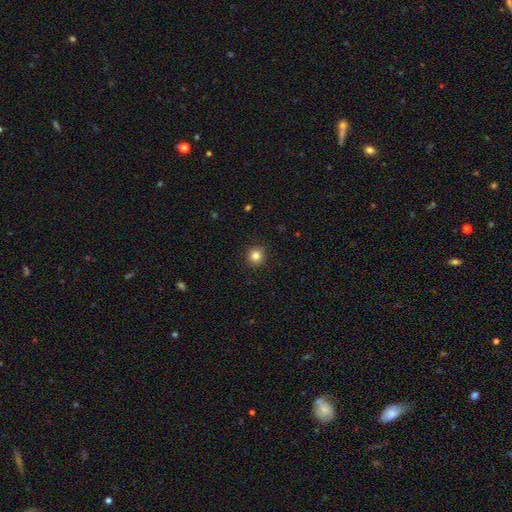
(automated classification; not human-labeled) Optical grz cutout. It shows a smooth galaxy with no disk features (83%) that is round (93%). Merging: none (91%).